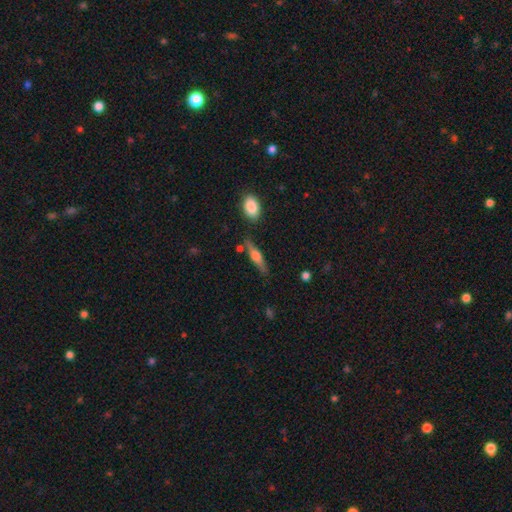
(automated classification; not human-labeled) Overall: featured or disk (51%; smooth 42%). Edge-on disk: yes (94%). Merging: none (76%).